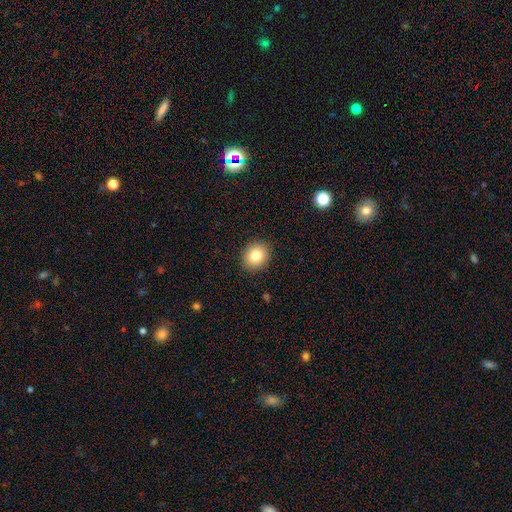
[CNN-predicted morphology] Smooth or featured: smooth — 83% (star or artifact — 10%)
How rounded: round — 65% (in between — 34%)
Merging: none — 90% (minor disturbance — 7%)